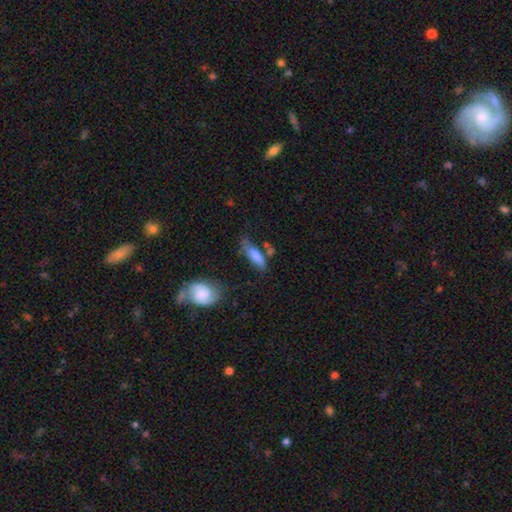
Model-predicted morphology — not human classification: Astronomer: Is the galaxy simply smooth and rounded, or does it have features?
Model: smooth — 73%.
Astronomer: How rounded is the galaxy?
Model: cigar-shaped — 49%, tied with in between at 49%.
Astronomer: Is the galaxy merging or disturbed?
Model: none — 54%.